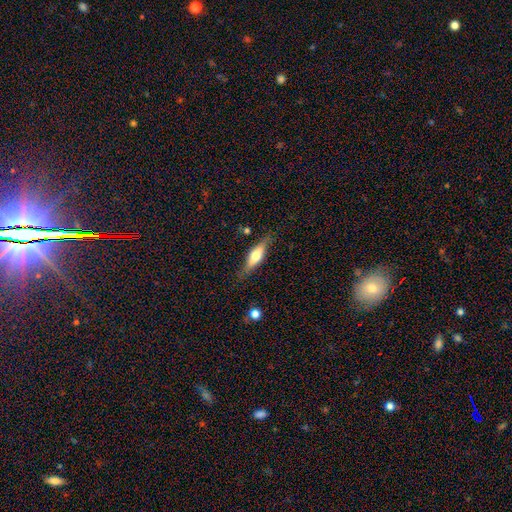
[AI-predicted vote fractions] smooth-or-featured: smooth: 50% | featured or disk: 44% | star or artifact: 6%
  merging: none: 78% | minor disturbance: 16% | major disturbance: 4% | merger: 2%